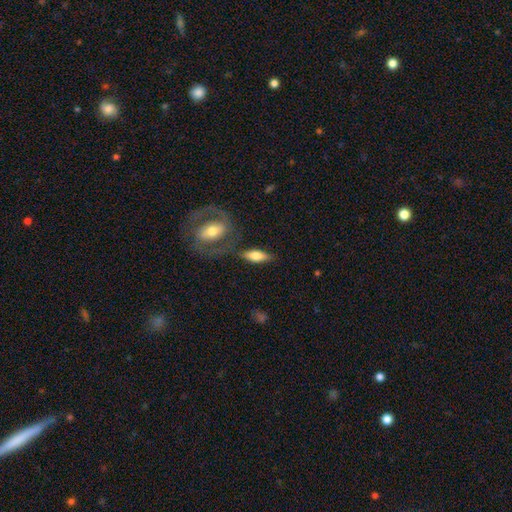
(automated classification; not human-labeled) Morphology: type=smooth (63%); roundness=in between (64%); merging=none (72%).